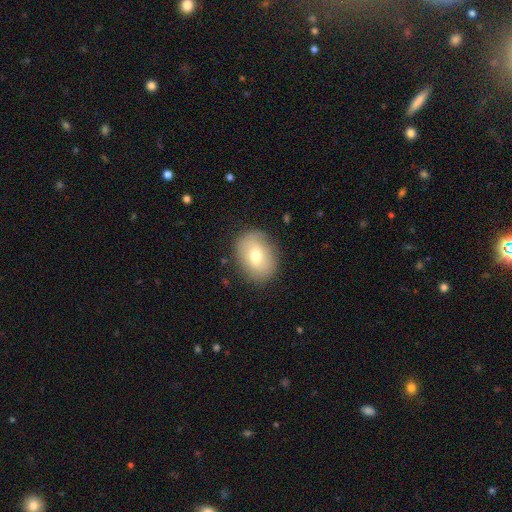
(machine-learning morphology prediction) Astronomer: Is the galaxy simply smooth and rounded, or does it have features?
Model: smooth — 68%.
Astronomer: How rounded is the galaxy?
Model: in between — 63%.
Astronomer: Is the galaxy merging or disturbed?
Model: none — 84%.